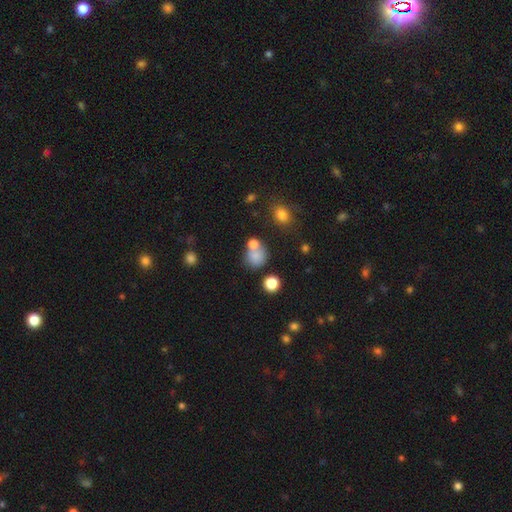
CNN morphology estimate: This is likely a smooth galaxy (75%). How rounded: likely round (74%). Merging: possibly none (48%).